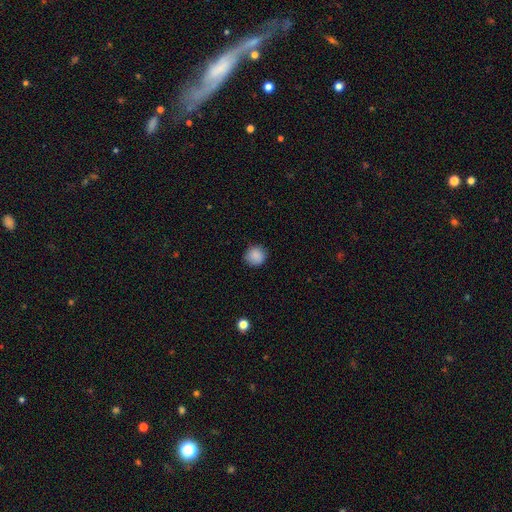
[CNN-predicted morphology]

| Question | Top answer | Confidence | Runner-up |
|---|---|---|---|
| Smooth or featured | smooth | 88% | star or artifact (8%) |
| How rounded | round | 91% | in between (8%) |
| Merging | none | 85% | minor disturbance (11%) |